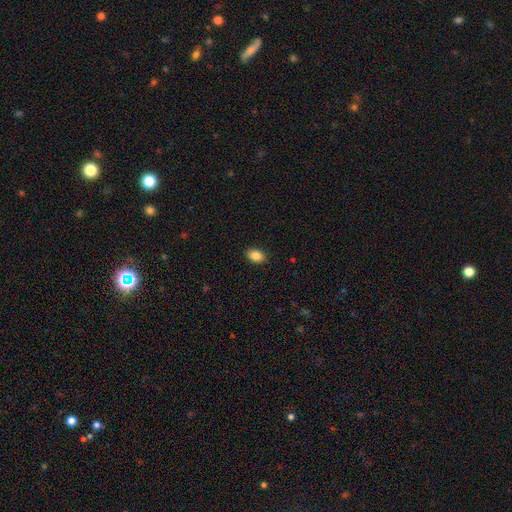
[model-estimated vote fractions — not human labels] This is clearly a smooth galaxy (87%). How rounded: clearly in between (82%). Merging: clearly none (89%).